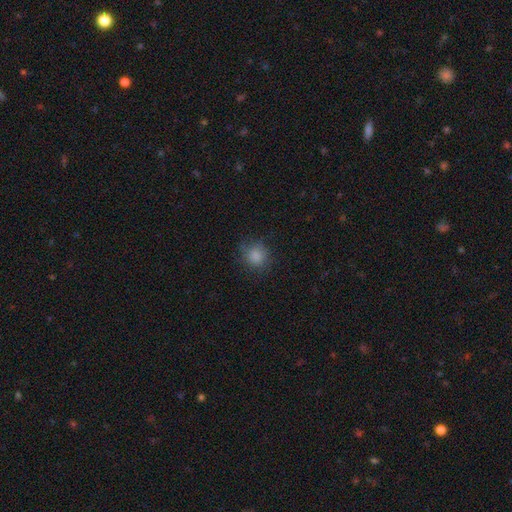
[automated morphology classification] Smooth or featured? smooth (84%)
How rounded? round (87%)
Merging? none (79%)